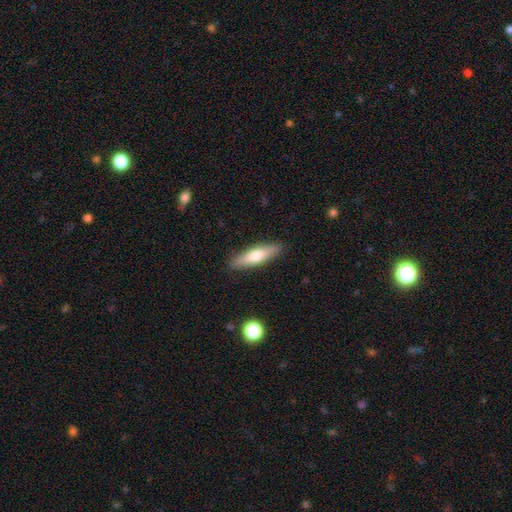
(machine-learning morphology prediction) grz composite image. It shows a smooth galaxy with no disk features (59%) that is cigar-shaped (74%). Merging: none (89%).